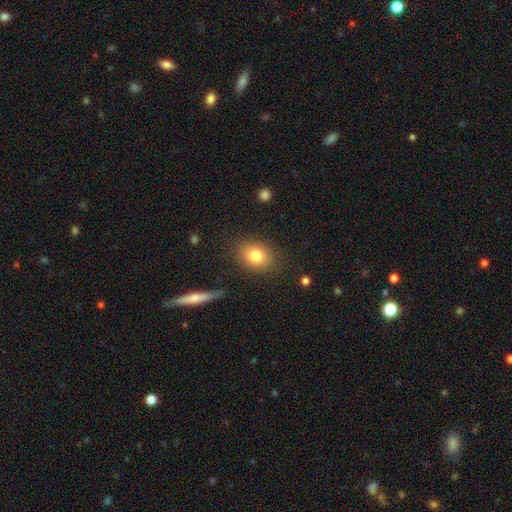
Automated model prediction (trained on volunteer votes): Smooth or featured? smooth (80%)
How rounded? in between (56%)
Merging? none (84%)